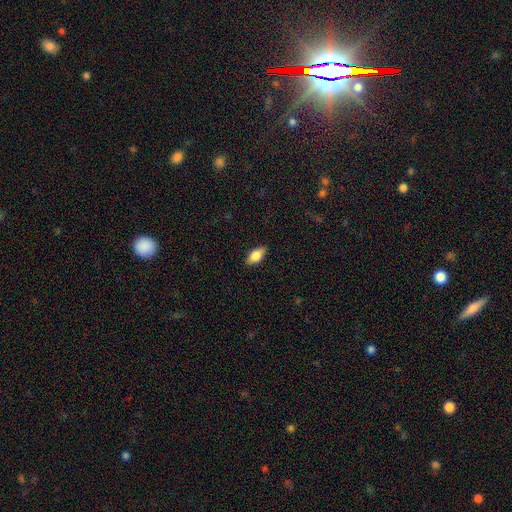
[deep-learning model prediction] Smooth or featured? Predicted: smooth (p=0.78). How rounded? Predicted: in between (p=0.88). Merging? Predicted: none (p=0.87).